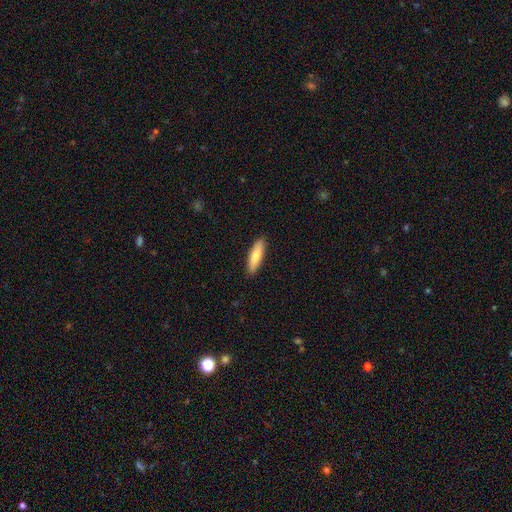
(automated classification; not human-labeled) A smooth galaxy with no disk features (77%) that is cigar-shaped (64%).

Vote fractions:
- Smooth or featured? smooth: 77% / featured or disk: 18% / star or artifact: 5%
- How rounded? cigar-shaped: 64% / in between: 35% / round: 2%
- Merging? none: 90% / minor disturbance: 8% / major disturbance: 2% / merger: 1%